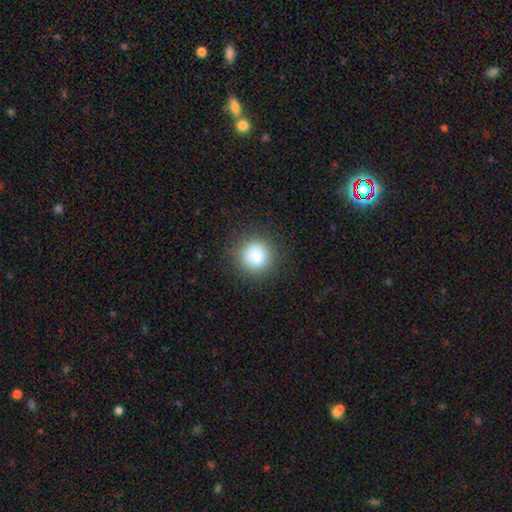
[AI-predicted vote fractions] This appears to be a smooth galaxy with no disk features (81%) that is round (89%). Merging: none (87%).